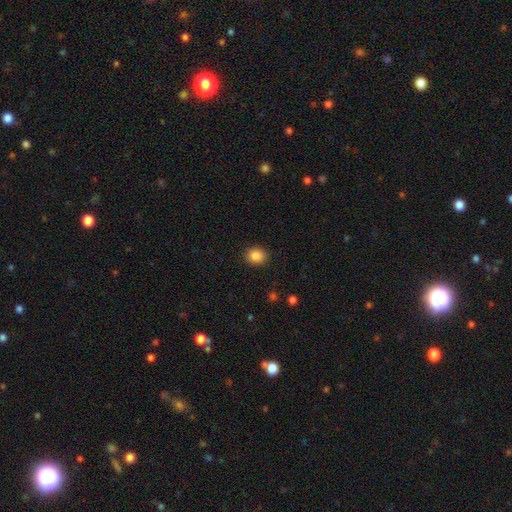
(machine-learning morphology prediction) type=smooth (87%); roundness=round (66%); merging=none (90%).